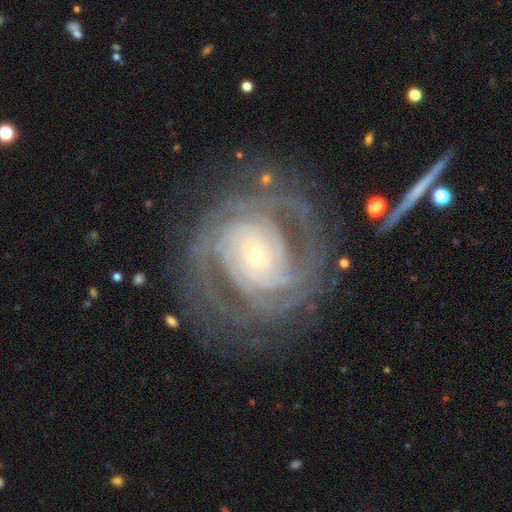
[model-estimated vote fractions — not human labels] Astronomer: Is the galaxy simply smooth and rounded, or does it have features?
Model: featured or disk — 88%.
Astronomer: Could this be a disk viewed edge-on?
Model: no — 98%.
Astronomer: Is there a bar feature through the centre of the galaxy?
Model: no — 66%.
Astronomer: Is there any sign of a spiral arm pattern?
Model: yes — 96%.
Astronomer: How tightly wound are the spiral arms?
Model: tight — 71%.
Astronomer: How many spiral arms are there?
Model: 2 — 26%, tied with can't tell at 26%.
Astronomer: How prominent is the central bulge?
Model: small — 73%.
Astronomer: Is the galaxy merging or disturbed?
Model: none — 75%.